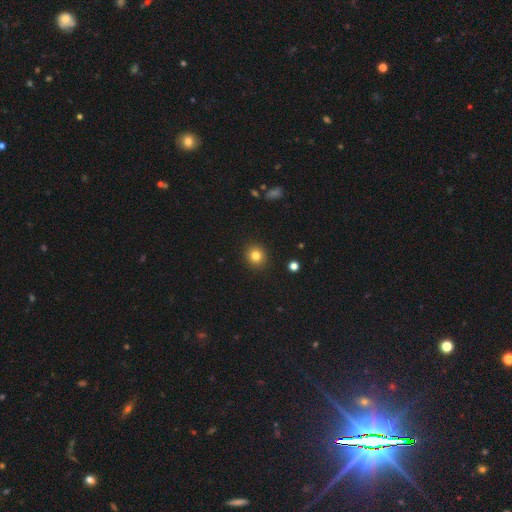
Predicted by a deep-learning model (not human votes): Overall: smooth (81%). How rounded: round (89%). Merging: none (91%).